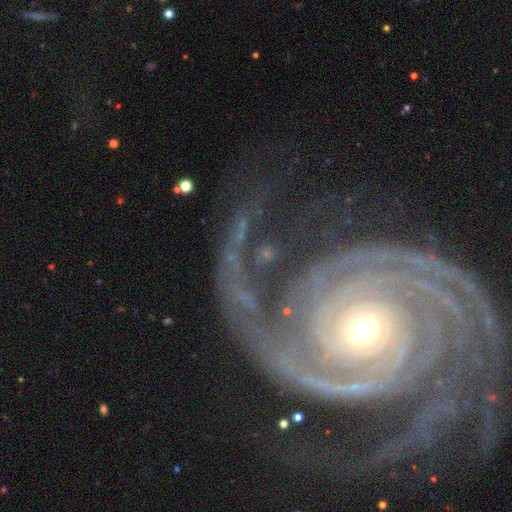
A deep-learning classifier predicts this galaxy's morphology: The model was most divided on "bulge size": small: 53%, moderate: 42%, large: 3%, dominant: 1%, none: 1%. Remaining: spiral arms — yes (98%); edge-on disk — no (98%); smooth or featured — featured or disk (92%); bar — no (66%); spiral winding — tight (65%); merging — none (60%); spiral arm count — 2 (50%).